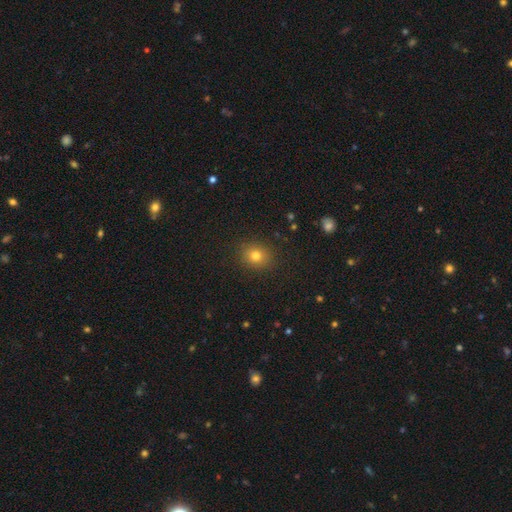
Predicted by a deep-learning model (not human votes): Q: Smooth or featured?
A: smooth (79%); runner-up: star or artifact (14%)
Q: How rounded?
A: round (70%); runner-up: in between (29%)
Q: Merging?
A: none (89%); runner-up: minor disturbance (8%)